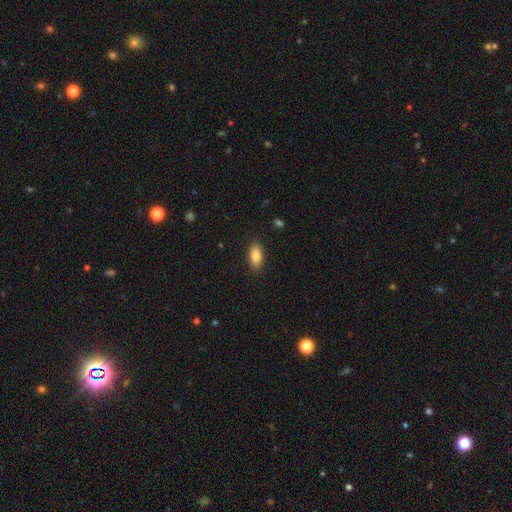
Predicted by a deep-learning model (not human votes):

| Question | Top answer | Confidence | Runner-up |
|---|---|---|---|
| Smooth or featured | smooth | 84% | featured or disk (9%) |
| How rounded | in between | 88% | cigar-shaped (9%) |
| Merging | none | 88% | minor disturbance (9%) |